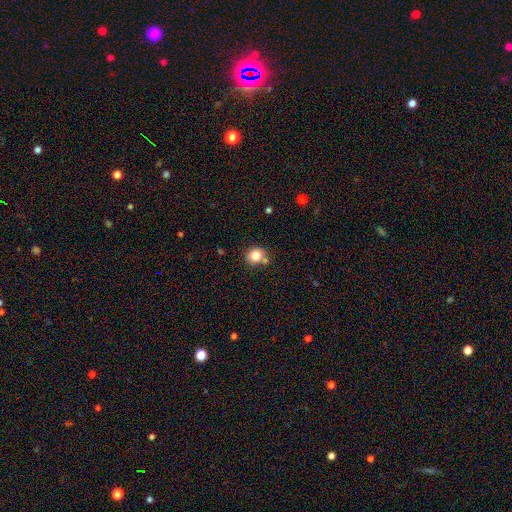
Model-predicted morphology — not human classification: smooth-or-featured: smooth: 83% | star or artifact: 10% | featured or disk: 7%
  how-rounded: round: 74% | in between: 25% | cigar-shaped: 1%
  merging: none: 65% | merger: 17% | minor disturbance: 14% | major disturbance: 4%